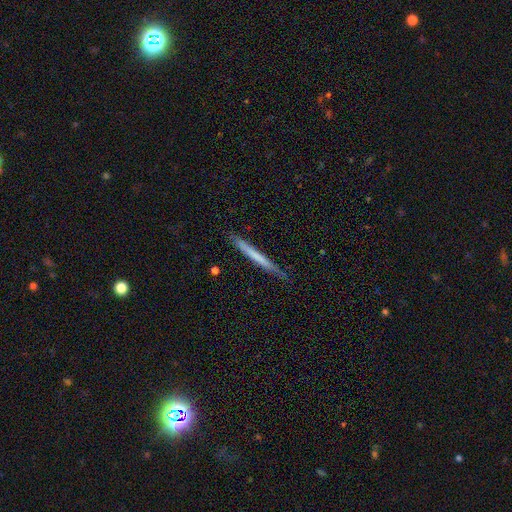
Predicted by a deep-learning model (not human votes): This appears to be a smooth galaxy with no disk features (58%) that is cigar-shaped (97%). Merging: none (84%).